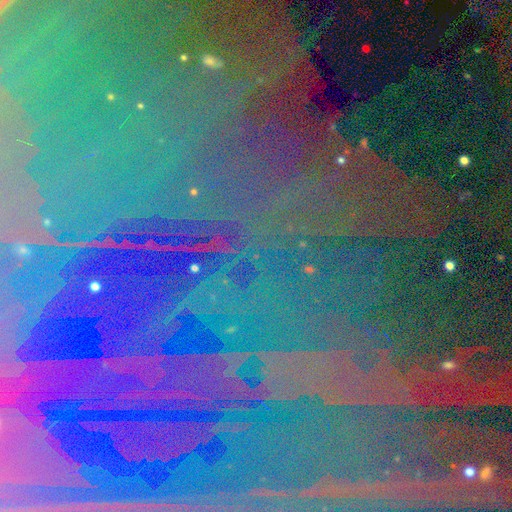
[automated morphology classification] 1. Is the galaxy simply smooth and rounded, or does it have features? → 86% star or artifact, 8% featured or disk, 7% smooth.